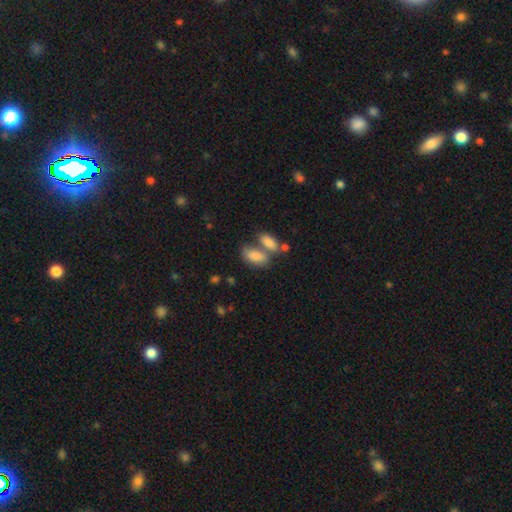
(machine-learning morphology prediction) A smooth galaxy with no disk features (82%) that is in between round and cigar-shaped (88%).

Vote fractions:
- Smooth or featured? smooth: 82% / featured or disk: 10% / star or artifact: 7%
- How rounded? in between: 88% / cigar-shaped: 8% / round: 4%
- Merging? merger: 45% / none: 40% / minor disturbance: 11% / major disturbance: 4%